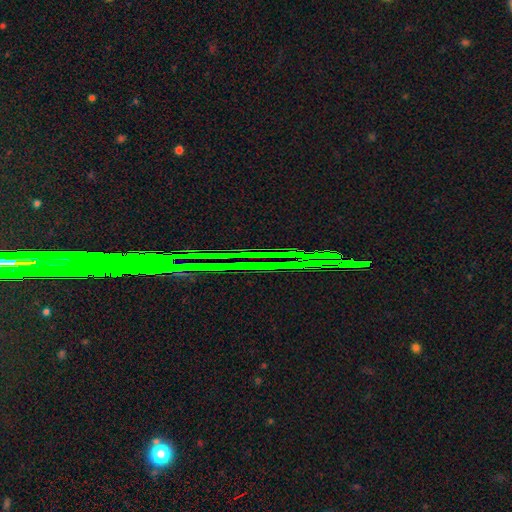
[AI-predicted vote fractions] Smooth or featured?
  - star or artifact: 82% *
  - featured or disk: 10%
  - smooth: 8%